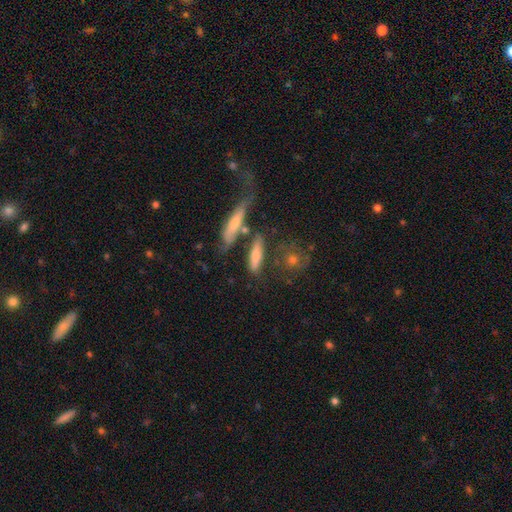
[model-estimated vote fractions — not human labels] smooth 67%, featured or disk 23%, star or artifact 10%. Down the decision tree: how rounded — cigar-shaped (67%); merging — none (55%).